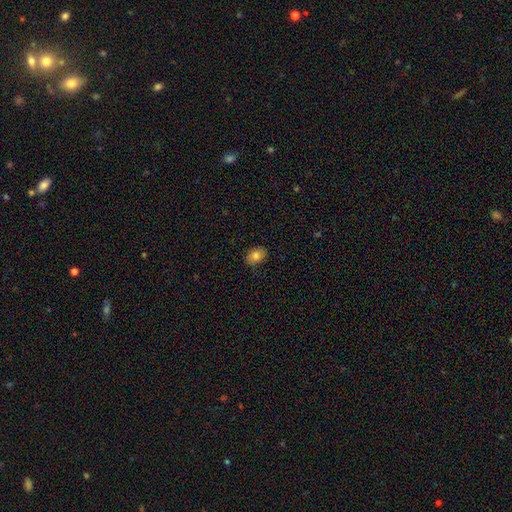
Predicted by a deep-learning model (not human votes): smooth_or_featured: smooth (p=0.82) [alt: star or artifact p=0.09]
how_rounded: in between (p=0.72) [alt: round p=0.27]
merging: none (p=0.85) [alt: minor disturbance p=0.12]